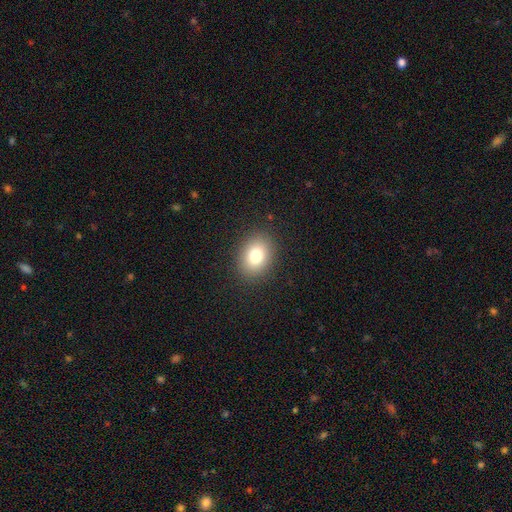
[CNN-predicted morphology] smooth-or-featured: smooth: 79% | star or artifact: 11% | featured or disk: 10%
  how-rounded: in between: 60% | round: 39% | cigar-shaped: 1%
  merging: none: 89% | minor disturbance: 7% | major disturbance: 3% | merger: 1%